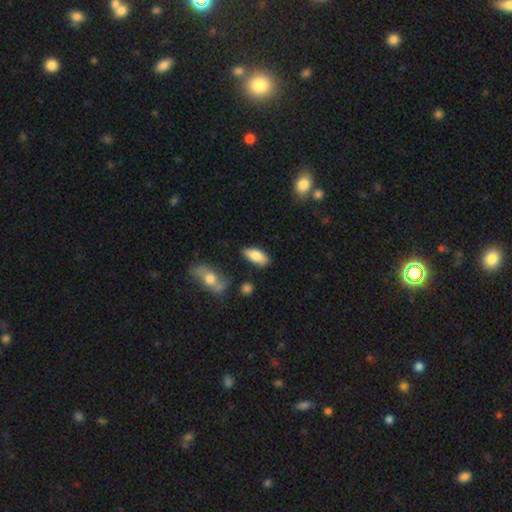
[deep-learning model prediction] A smooth galaxy with no disk features (81%) that is in between round and cigar-shaped (83%). Merging: none (80%).